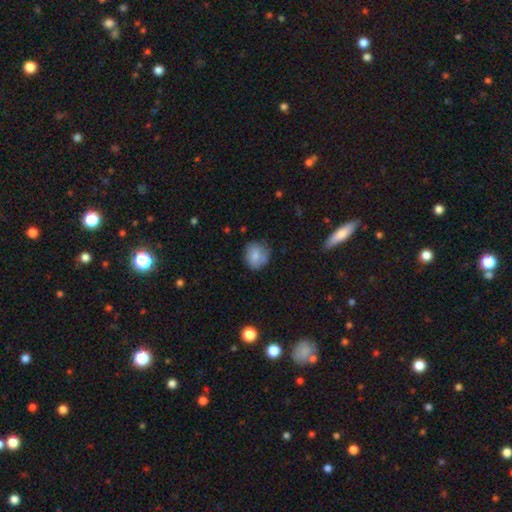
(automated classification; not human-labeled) smooth_or_featured: smooth (p=0.70) [alt: featured or disk p=0.22]
how_rounded: round (p=0.71) [alt: in between p=0.28]
merging: none (p=0.63) [alt: minor disturbance p=0.26]